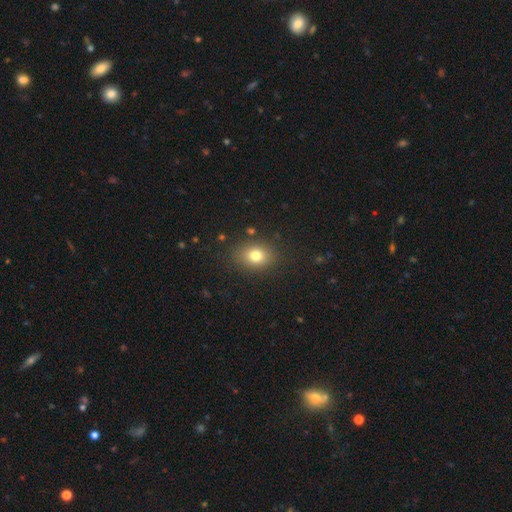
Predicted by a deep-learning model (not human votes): smooth-or-featured: smooth: 77% | star or artifact: 12% | featured or disk: 10%
  how-rounded: in between: 61% | round: 38% | cigar-shaped: 1%
  merging: none: 85% | minor disturbance: 10% | major disturbance: 4% | merger: 2%